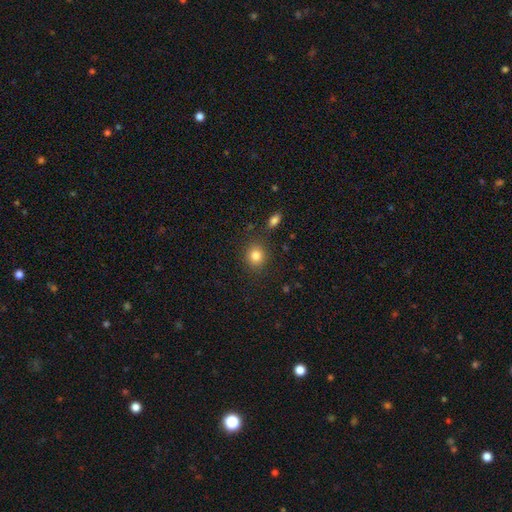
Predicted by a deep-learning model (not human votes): A smooth galaxy with no disk features (83%) that is round (77%). Merging: none (85%).